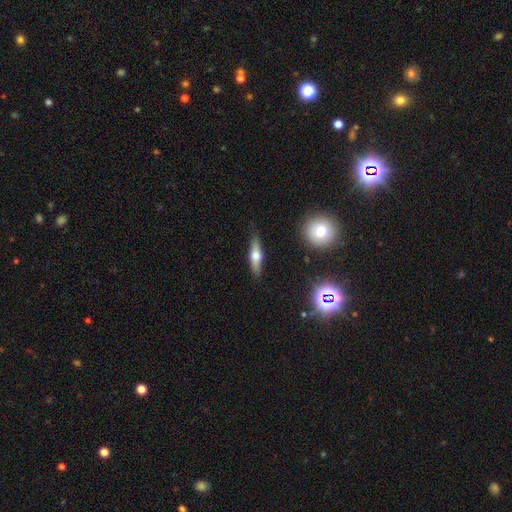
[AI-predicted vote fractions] Q: Smooth or featured?
A: smooth (49%); runner-up: featured or disk (43%)
Q: Merging?
A: none (85%); runner-up: minor disturbance (11%)